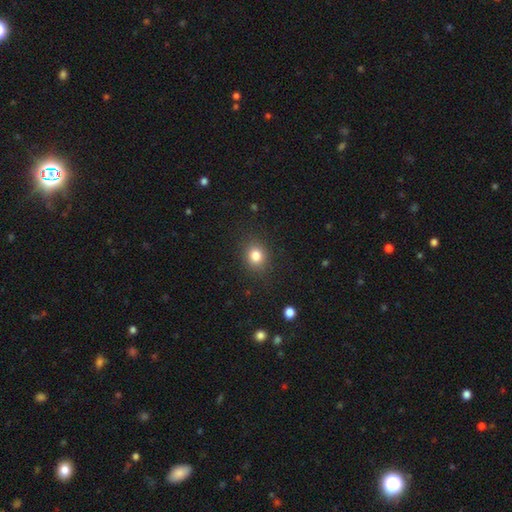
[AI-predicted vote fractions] This is clearly a smooth galaxy (82%). How rounded: likely round (69%). Merging: clearly none (86%).